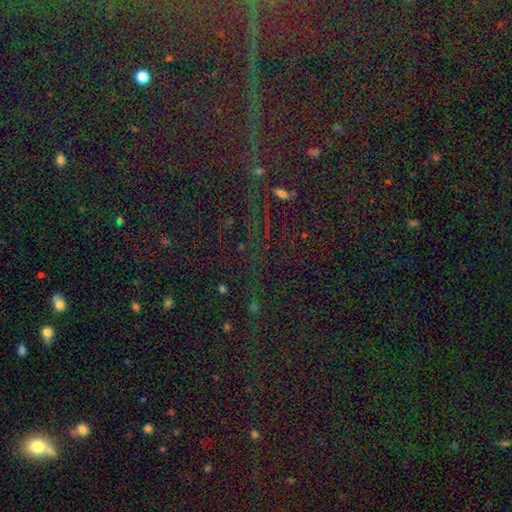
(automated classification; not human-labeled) A star or artifact, not a galaxy (85%).